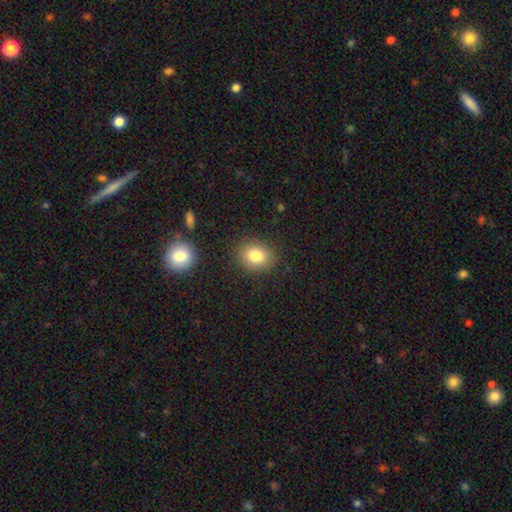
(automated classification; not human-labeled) smooth_or_featured: smooth (p=0.82) [alt: star or artifact p=0.10]
how_rounded: round (p=0.58) [alt: in between p=0.41]
merging: none (p=0.87) [alt: minor disturbance p=0.09]